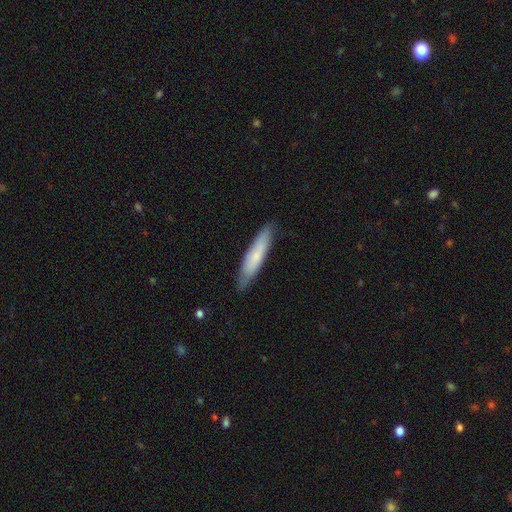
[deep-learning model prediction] The model was most divided on "smooth or featured": smooth: 70%, featured or disk: 24%, star or artifact: 6%. More confident: how rounded — cigar-shaped (84%); merging — none (83%).